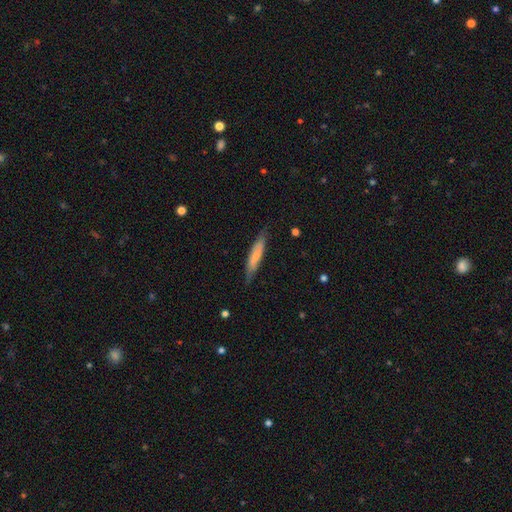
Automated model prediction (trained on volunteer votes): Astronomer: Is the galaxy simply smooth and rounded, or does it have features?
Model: smooth — 63%.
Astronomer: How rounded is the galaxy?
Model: cigar-shaped — 87%.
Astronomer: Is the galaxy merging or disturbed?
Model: none — 78%.